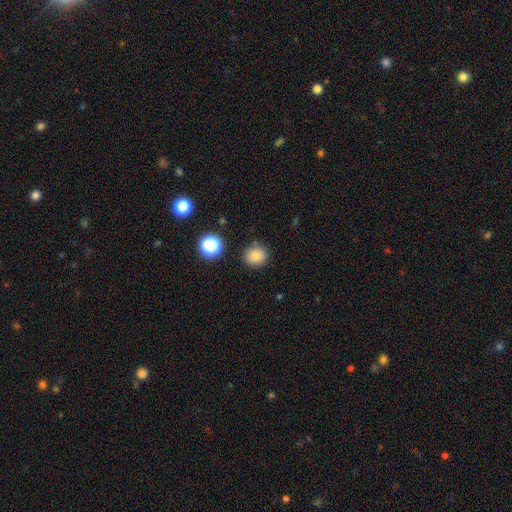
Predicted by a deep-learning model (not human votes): Smooth or featured? Predicted: smooth (p=0.82). How rounded? Predicted: round (p=0.89). Merging? Predicted: none (p=0.85).